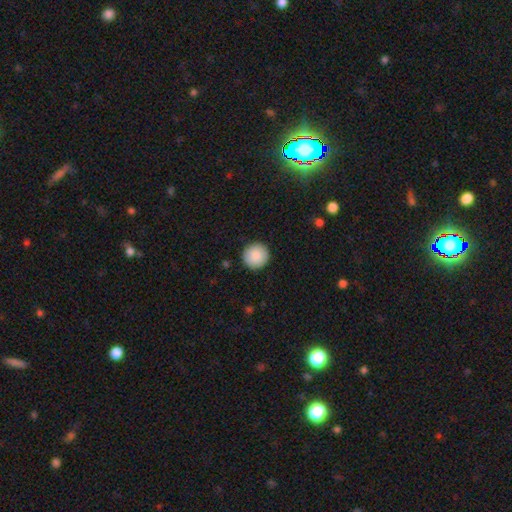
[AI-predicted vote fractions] This is clearly a smooth galaxy (89%). How rounded: clearly round (96%). Merging: clearly none (92%).